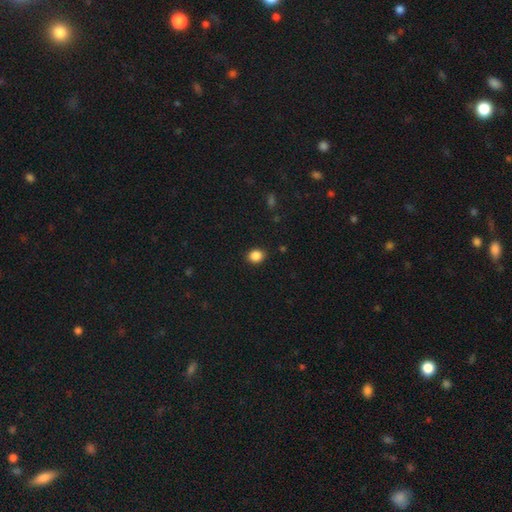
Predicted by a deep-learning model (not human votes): Smooth or featured: smooth — 87% (star or artifact — 10%)
How rounded: round — 60% (in between — 39%)
Merging: none — 89% (minor disturbance — 8%)